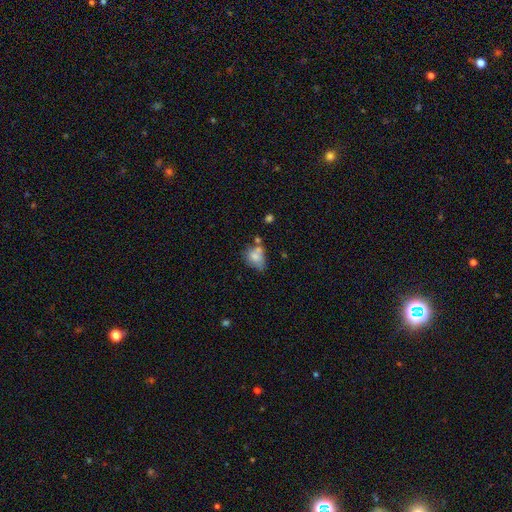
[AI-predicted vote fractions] A smooth galaxy with no disk features (70%) that is in between round and cigar-shaped (67%).

Vote fractions:
- Smooth or featured? smooth: 70% / featured or disk: 20% / star or artifact: 10%
- How rounded? in between: 67% / round: 32% / cigar-shaped: 2%
- Merging? none: 31% / merger: 27% / minor disturbance: 26% / major disturbance: 15%